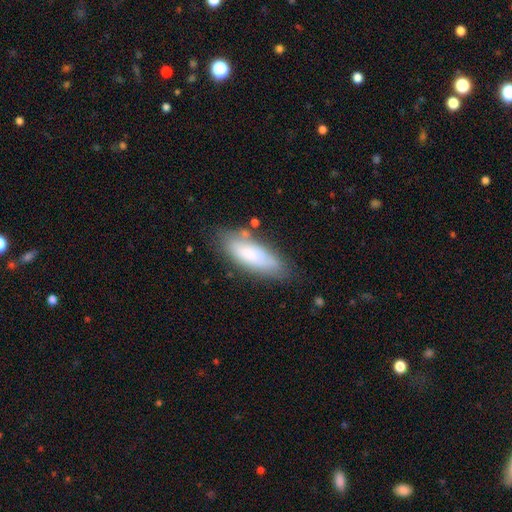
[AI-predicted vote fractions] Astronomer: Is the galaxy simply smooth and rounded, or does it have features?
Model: smooth — 74%.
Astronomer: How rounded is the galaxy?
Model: in between — 64%.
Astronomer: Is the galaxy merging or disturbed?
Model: none — 70%.